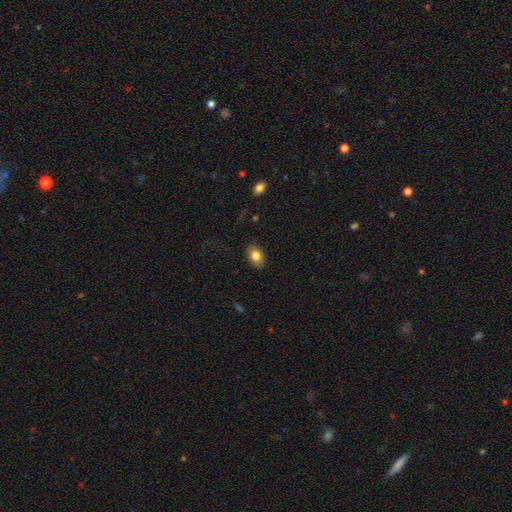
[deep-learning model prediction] Smooth or featured? Predicted: smooth (p=0.82). How rounded? Predicted: in between (p=0.80). Merging? Predicted: none (p=0.84).